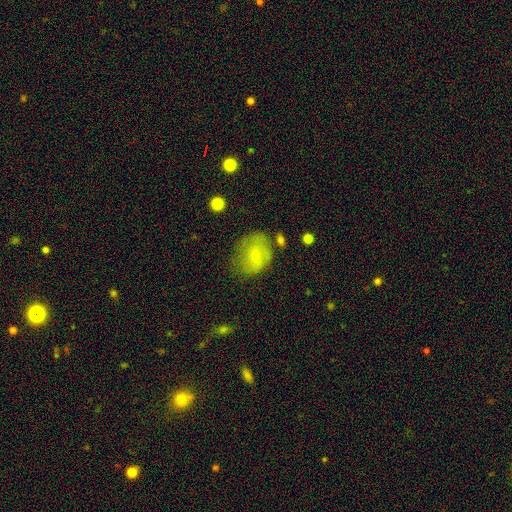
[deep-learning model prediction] A smooth galaxy with no disk features (66%) that is in between round and cigar-shaped (55%). Merging: none (50%).